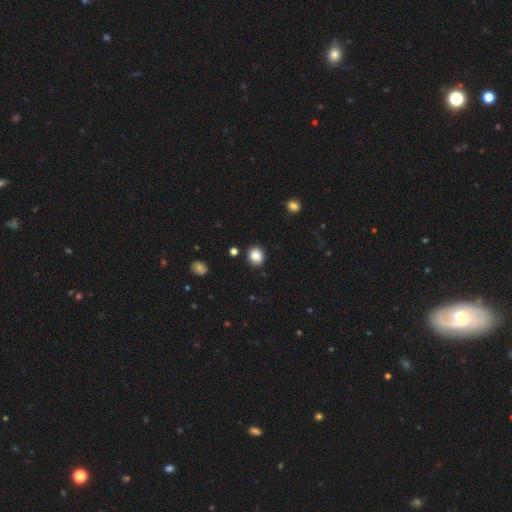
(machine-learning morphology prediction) Smooth or featured: smooth — 87% (star or artifact — 10%)
How rounded: round — 73% (in between — 26%)
Merging: none — 89% (minor disturbance — 7%)